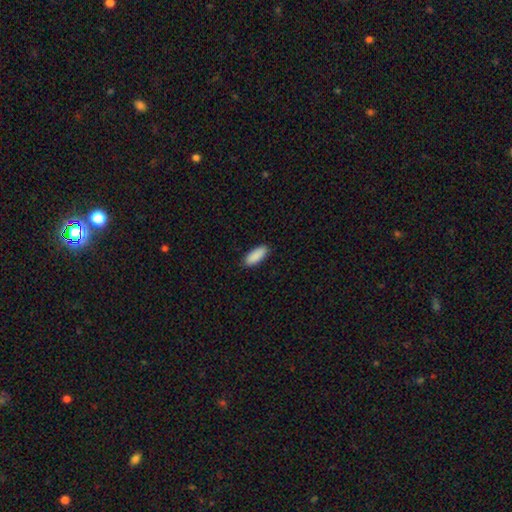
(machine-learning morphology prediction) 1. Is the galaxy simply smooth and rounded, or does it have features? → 91% smooth, 6% star or artifact, 3% featured or disk.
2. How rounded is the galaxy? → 79% in between, 20% cigar-shaped, 2% round.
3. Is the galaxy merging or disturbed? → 89% none, 9% minor disturbance, 2% major disturbance, 1% merger.